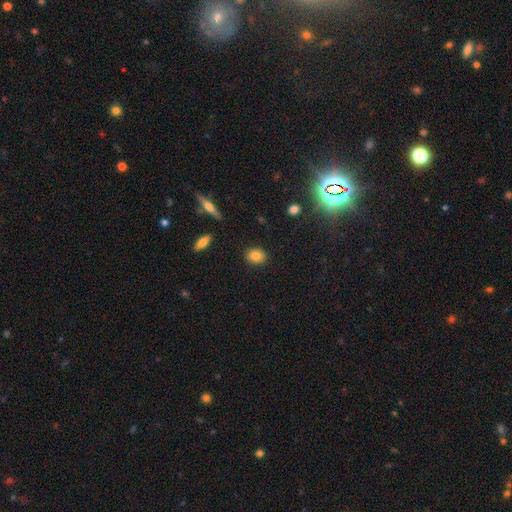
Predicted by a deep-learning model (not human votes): Morphology: type=smooth (85%); roundness=in between (56%); merging=none (88%).